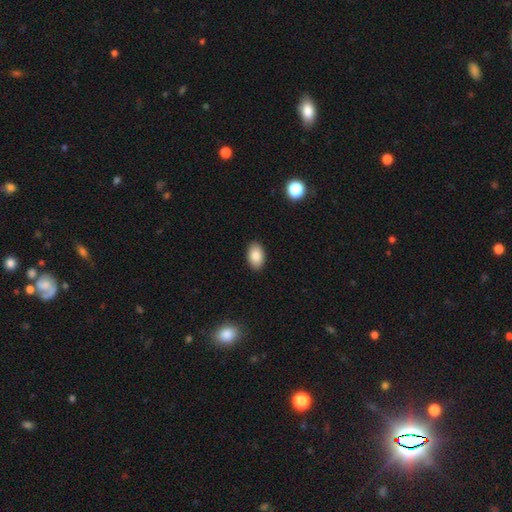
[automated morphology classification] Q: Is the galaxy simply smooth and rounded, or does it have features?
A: smooth — 87%.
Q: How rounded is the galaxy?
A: in between — 92%.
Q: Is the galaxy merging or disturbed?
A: none — 90%.